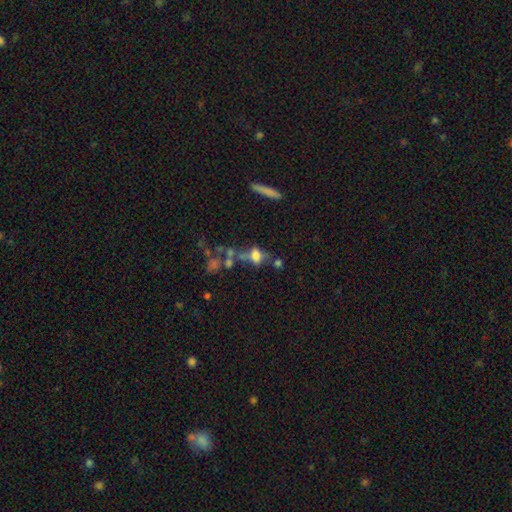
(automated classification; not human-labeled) Morphology: type=smooth (56%); roundness=in between (64%); merging=none (36%).